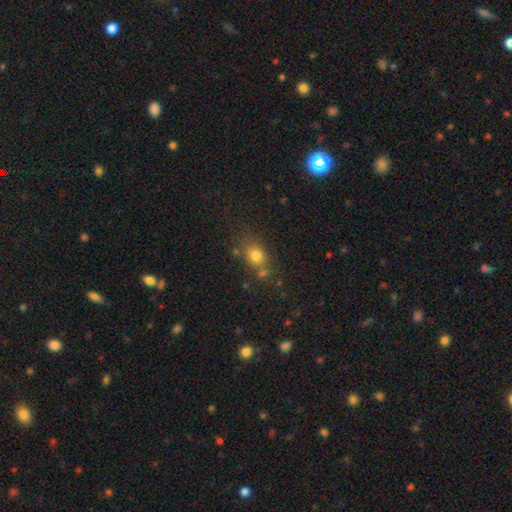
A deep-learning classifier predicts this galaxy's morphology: Q: Smooth or featured?
A: smooth (76%); runner-up: star or artifact (14%)
Q: How rounded?
A: round (61%); runner-up: in between (37%)
Q: Merging?
A: none (61%); runner-up: merger (17%)